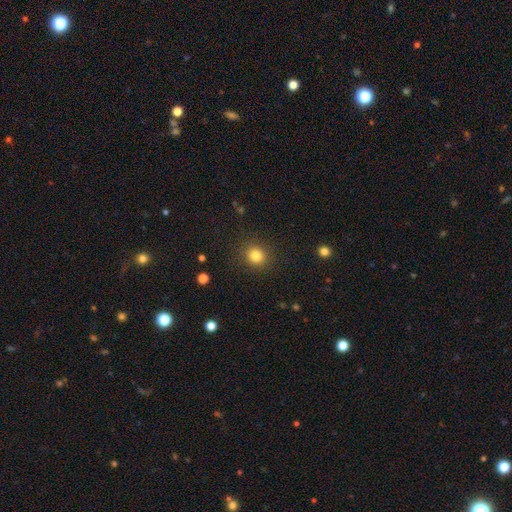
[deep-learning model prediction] Smooth or featured: smooth — 83% (star or artifact — 12%)
How rounded: round — 88% (in between — 11%)
Merging: none — 90% (minor disturbance — 7%)